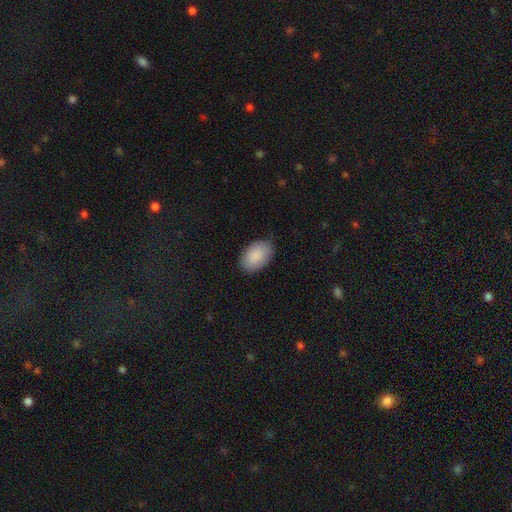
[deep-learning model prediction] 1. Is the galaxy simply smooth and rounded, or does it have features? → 90% smooth, 6% star or artifact, 5% featured or disk.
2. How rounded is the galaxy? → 92% in between, 7% round, 1% cigar-shaped.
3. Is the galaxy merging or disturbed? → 83% none, 14% minor disturbance, 3% major disturbance, 1% merger.